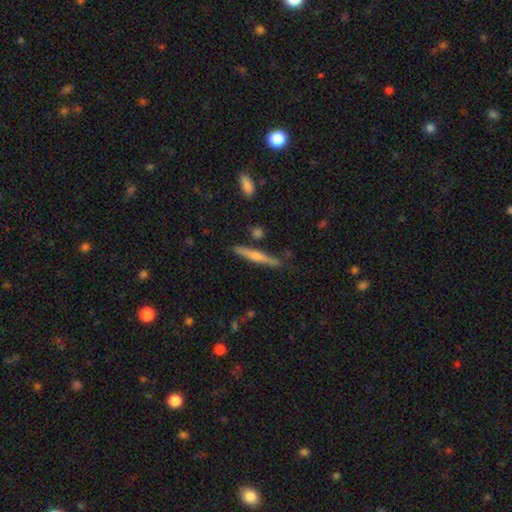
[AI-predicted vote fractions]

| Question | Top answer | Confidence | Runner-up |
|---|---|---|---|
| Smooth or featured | featured or disk | 58% | smooth (31%) |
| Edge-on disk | yes | 94% | no (6%) |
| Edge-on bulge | rounded | 73% | none (19%) |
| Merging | none | 80% | minor disturbance (12%) |